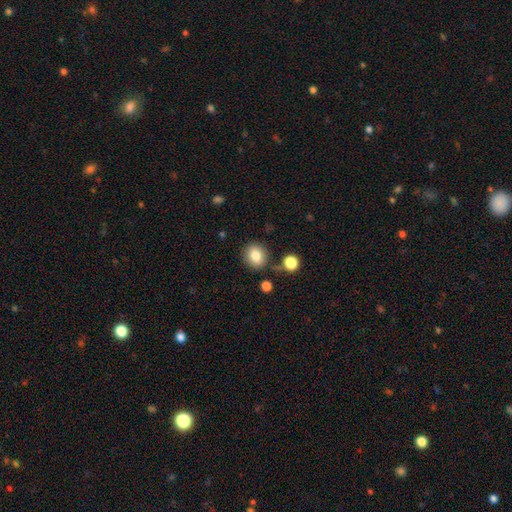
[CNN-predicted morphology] type=smooth (82%); roundness=round (73%); merging=none (81%).